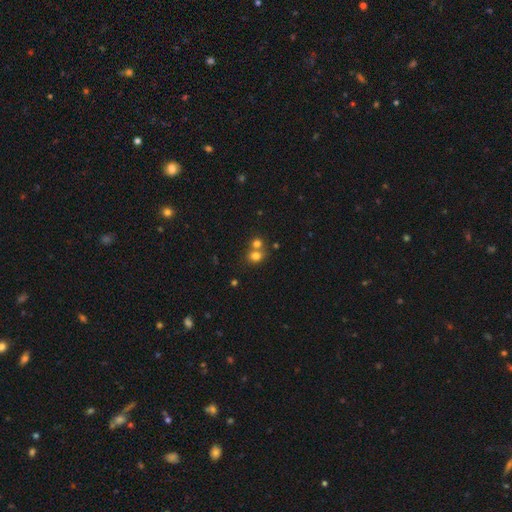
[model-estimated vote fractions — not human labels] Smooth or featured? Predicted: smooth (p=0.76). How rounded? Predicted: round (p=0.68). Merging? Predicted: merger (p=0.47).